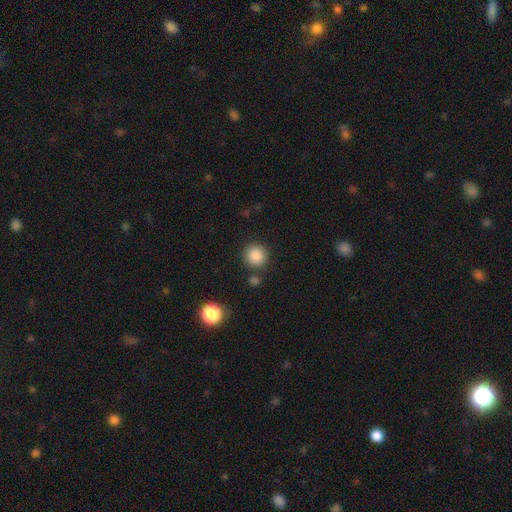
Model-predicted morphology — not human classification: smooth-or-featured: smooth: 86% | star or artifact: 10% | featured or disk: 4%
  how-rounded: round: 93% | in between: 6% | cigar-shaped: 1%
  merging: none: 84% | minor disturbance: 8% | merger: 5% | major disturbance: 3%